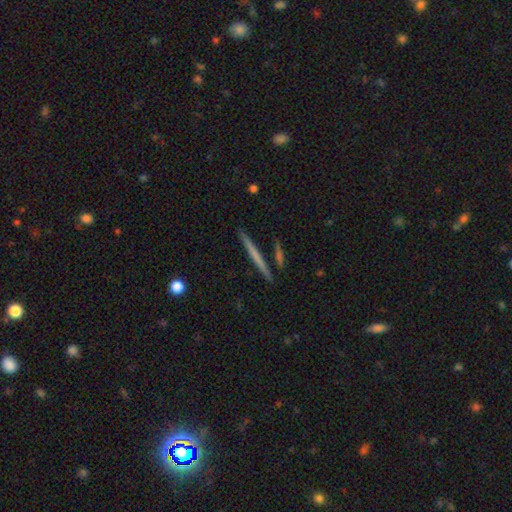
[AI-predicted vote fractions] This appears to be a smooth galaxy with no disk features (49%). Merging: none (90%).